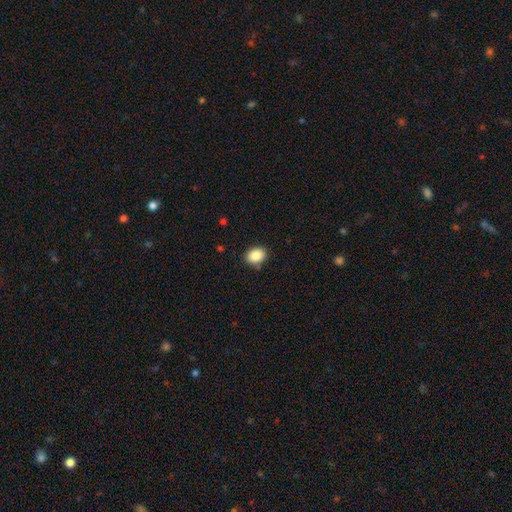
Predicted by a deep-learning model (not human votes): A smooth galaxy with no disk features (87%) that is in between round and cigar-shaped (64%). Merging: none (85%).